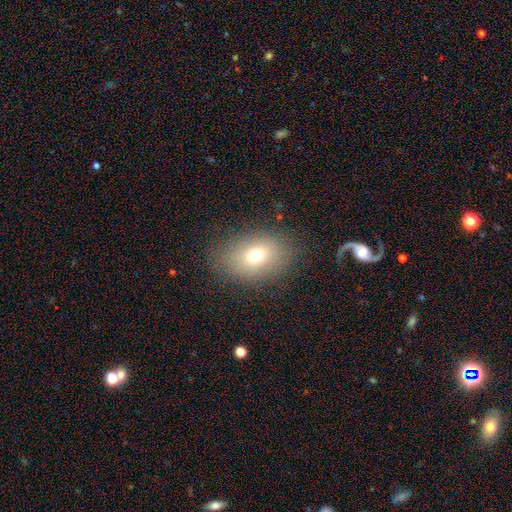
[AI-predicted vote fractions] Smooth or featured?
  - smooth: 71% *
  - featured or disk: 15%
  - star or artifact: 14%
How rounded?
  - in between: 72% *
  - round: 27%
  - cigar-shaped: 1%
Merging?
  - none: 82% *
  - minor disturbance: 11%
  - major disturbance: 5%
  - merger: 1%